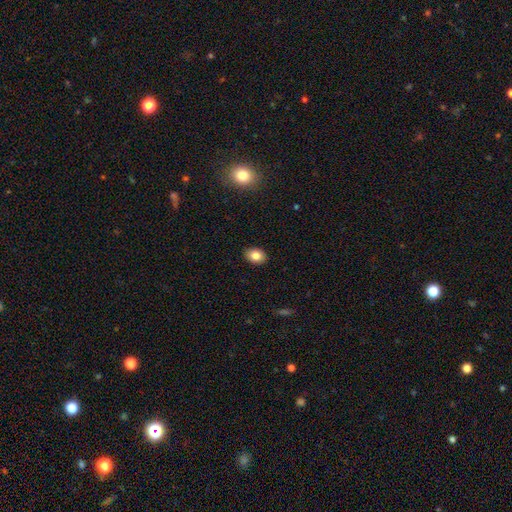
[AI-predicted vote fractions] smooth-or-featured: smooth: 83% | star or artifact: 9% | featured or disk: 8%
  how-rounded: in between: 74% | round: 24% | cigar-shaped: 1%
  merging: none: 90% | minor disturbance: 7% | major disturbance: 2% | merger: 1%